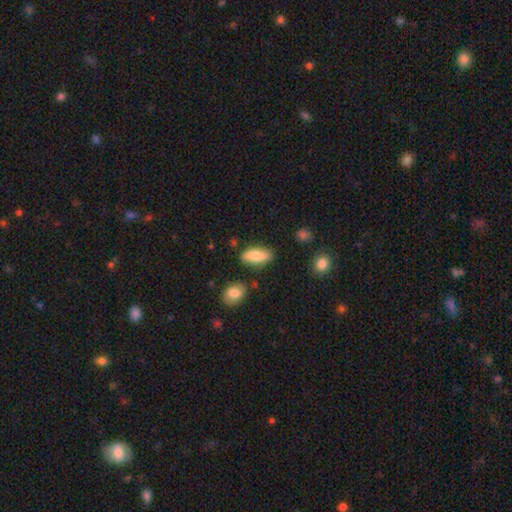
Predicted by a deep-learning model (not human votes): This is likely a smooth galaxy (78%). How rounded: clearly in between (84%). Merging: likely none (80%).